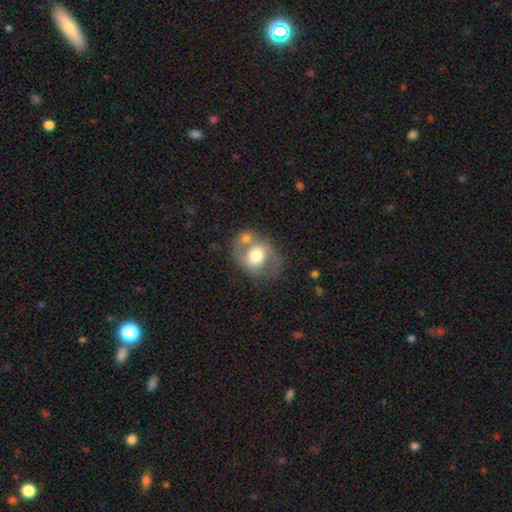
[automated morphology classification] Overall: featured or disk (64%; smooth 29%). Edge-on disk: no (96%). Bar: no (55%; weak 32%). Spiral arms: yes (65%; no 35%). Bulge size: moderate (52%; large 37%). Merging: none (54%; merger 18%).